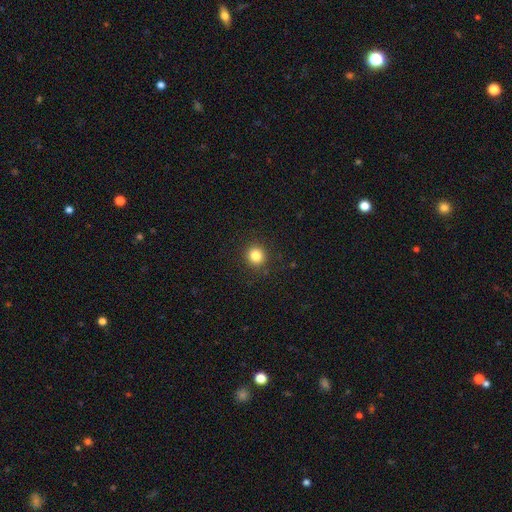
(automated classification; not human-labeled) smooth-or-featured: smooth: 83% | star or artifact: 12% | featured or disk: 5%
  how-rounded: round: 92% | in between: 7% | cigar-shaped: 1%
  merging: none: 91% | minor disturbance: 6% | major disturbance: 2% | merger: 1%